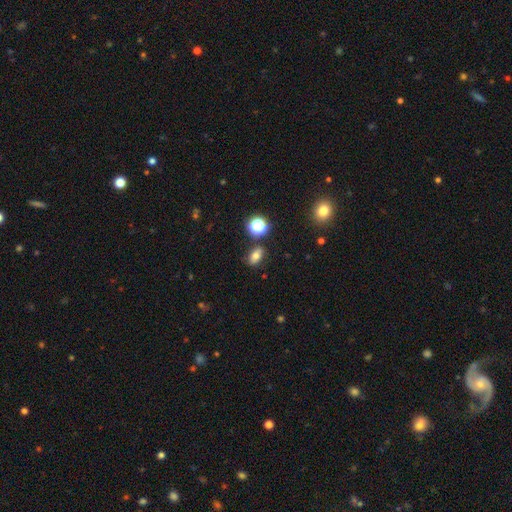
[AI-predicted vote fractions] smooth_or_featured: smooth (p=0.67) [alt: star or artifact p=0.18]
how_rounded: in between (p=0.76) [alt: round p=0.21]
merging: none (p=0.80) [alt: minor disturbance p=0.11]